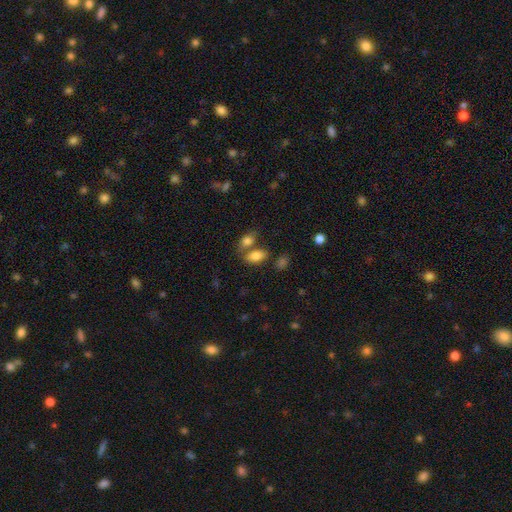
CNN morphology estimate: The model was most divided on "merging": none: 48%, merger: 35%, minor disturbance: 12%, major disturbance: 5%. More confident: how rounded — in between (89%); smooth or featured — smooth (82%).